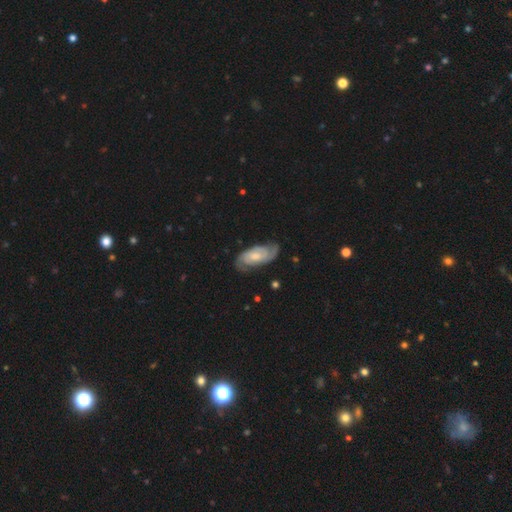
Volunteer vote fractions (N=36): A featured or disk galaxy (86%) with no bar (83%), 2 (89%) tight (68%) spiral arms (97%) and a moderate central bulge (38%). Merging: none (80%).